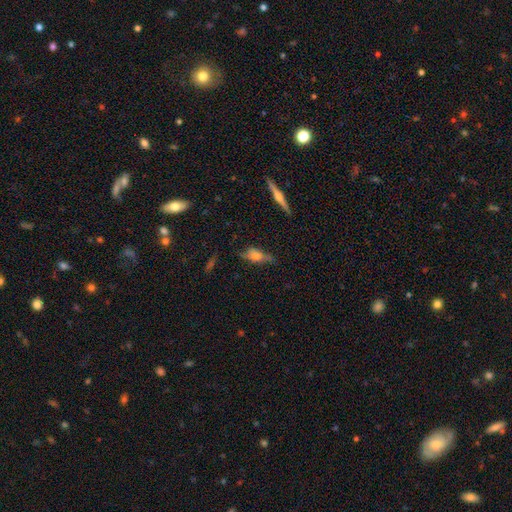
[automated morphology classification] The model was most divided on "smooth or featured": featured or disk: 47%, smooth: 44%, star or artifact: 9%. More confident: merging — none (62%).